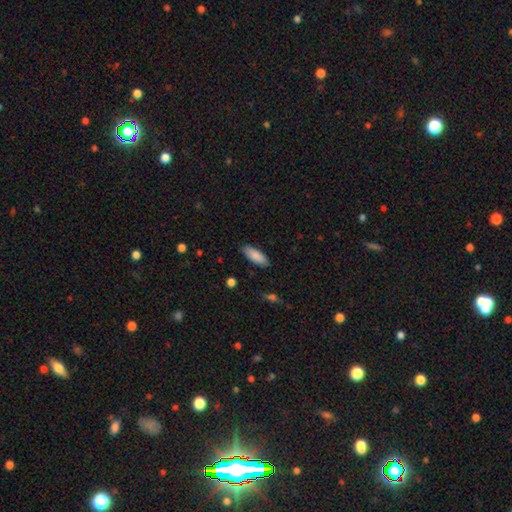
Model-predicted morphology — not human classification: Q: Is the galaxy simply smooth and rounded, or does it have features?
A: smooth — 87%.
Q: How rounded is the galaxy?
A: in between — 73%.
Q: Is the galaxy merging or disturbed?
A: none — 87%.